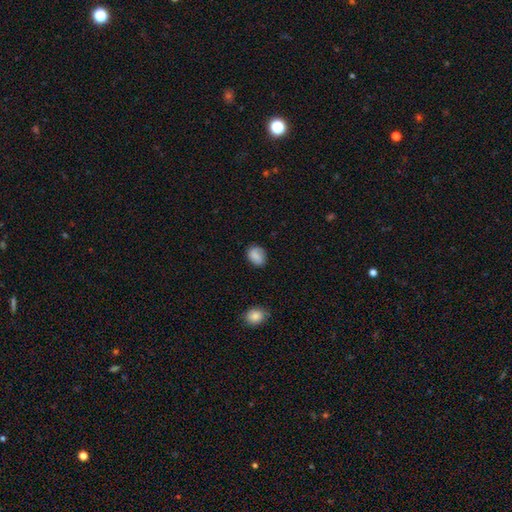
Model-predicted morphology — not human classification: smooth 83%, featured or disk 9%, star or artifact 8%. Down the decision tree: how rounded — in between (65%); merging — none (75%).